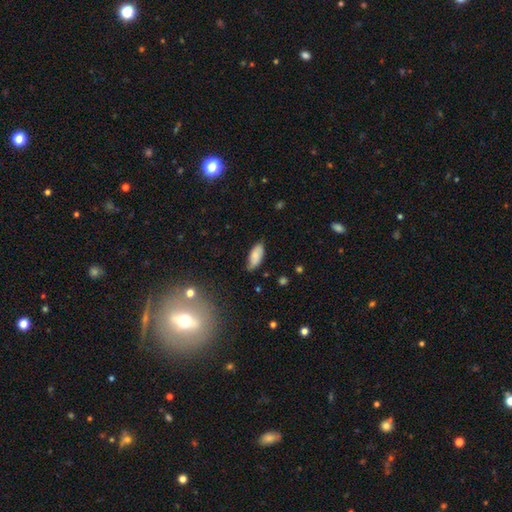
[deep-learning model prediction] This is likely a smooth galaxy (69%). How rounded: clearly in between (86%). Merging: likely none (72%).